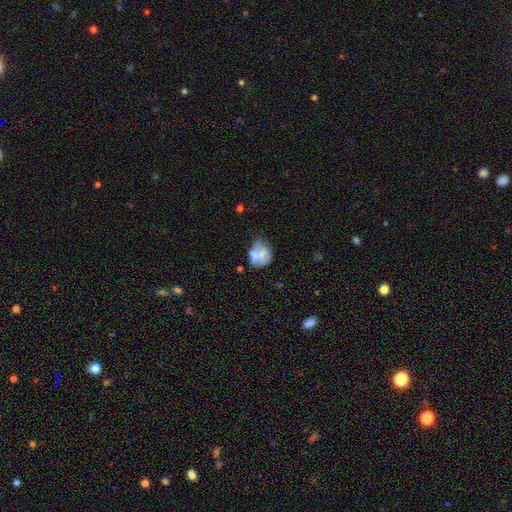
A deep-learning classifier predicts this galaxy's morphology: type=smooth (57%); roundness=round (51%); merging=merger (34%).